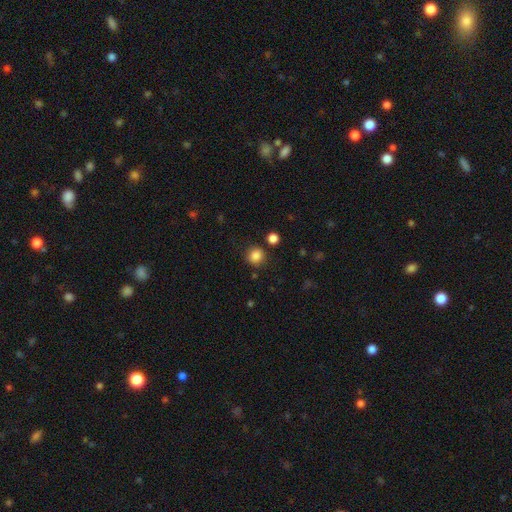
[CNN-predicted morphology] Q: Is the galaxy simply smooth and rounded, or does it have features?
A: smooth — 85%.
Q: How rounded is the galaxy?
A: round — 90%.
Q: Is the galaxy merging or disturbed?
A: none — 85%.